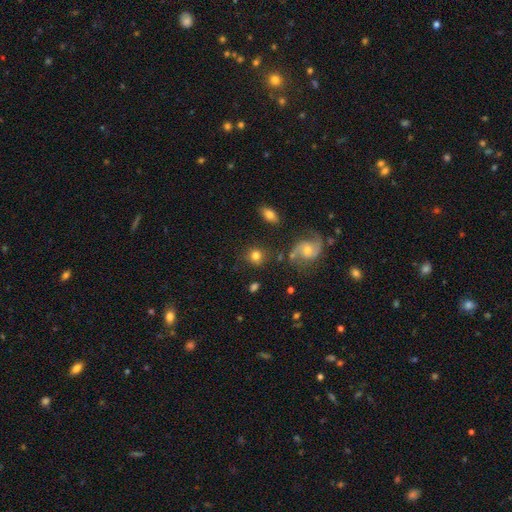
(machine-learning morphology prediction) Smooth or featured?
  - smooth: 75% *
  - featured or disk: 15%
  - star or artifact: 11%
How rounded?
  - round: 85% *
  - in between: 13%
  - cigar-shaped: 1%
Merging?
  - none: 79% *
  - minor disturbance: 12%
  - merger: 5%
  - major disturbance: 4%